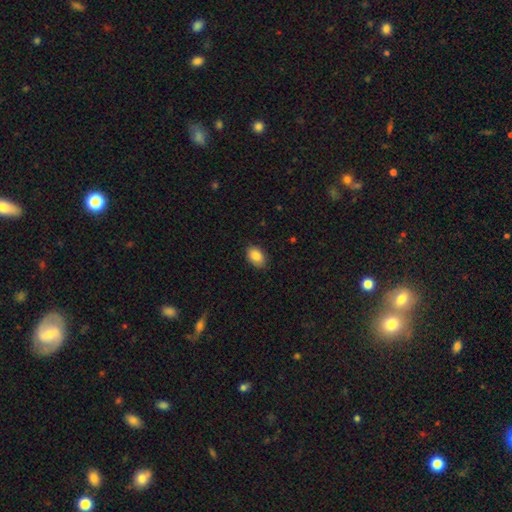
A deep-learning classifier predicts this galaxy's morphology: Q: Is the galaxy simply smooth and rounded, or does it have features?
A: smooth — 87%.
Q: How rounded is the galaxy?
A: in between — 84%.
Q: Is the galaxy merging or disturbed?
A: none — 84%.